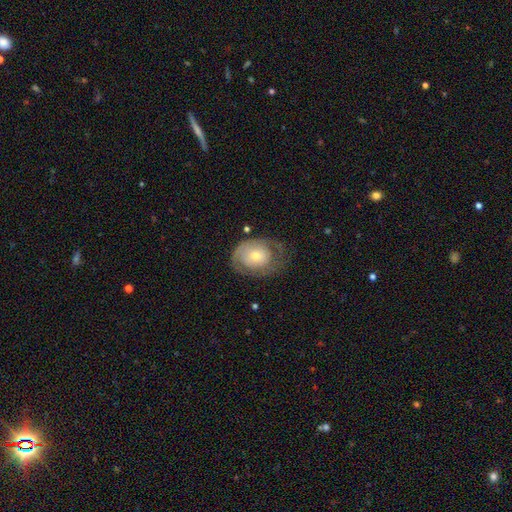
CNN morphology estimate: smooth-or-featured: featured or disk: 58% | smooth: 36% | star or artifact: 6%
  disk-edge-on: no: 96% | yes: 4%
    bar: no: 80% | weak: 17% | strong: 3%
    has-spiral-arms: yes: 71% | no: 29%
    bulge-size: moderate: 49% | small: 43% | large: 5% | none: 1% | dominant: 1%
  merging: none: 52% | minor disturbance: 25% | major disturbance: 21% | merger: 2%